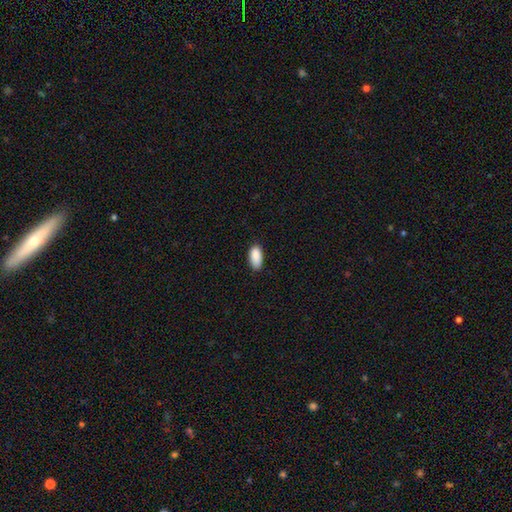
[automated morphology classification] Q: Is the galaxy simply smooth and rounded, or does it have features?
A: smooth — 89%.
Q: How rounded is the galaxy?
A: in between — 92%.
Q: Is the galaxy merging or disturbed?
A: none — 79%.